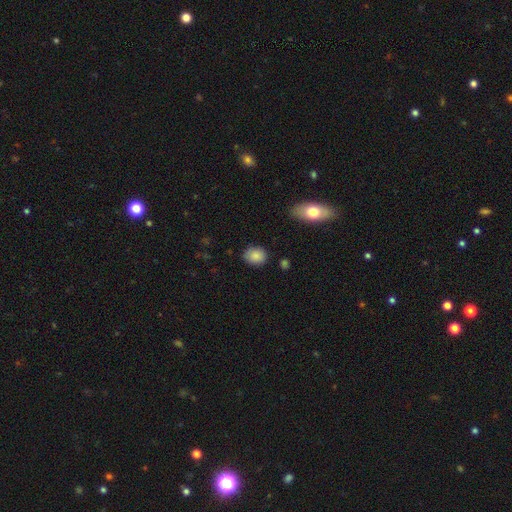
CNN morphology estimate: Smooth or featured?
  - smooth: 86% *
  - star or artifact: 8%
  - featured or disk: 6%
How rounded?
  - in between: 52% *
  - round: 47%
  - cigar-shaped: 1%
Merging?
  - none: 82% *
  - minor disturbance: 14%
  - major disturbance: 3%
  - merger: 2%